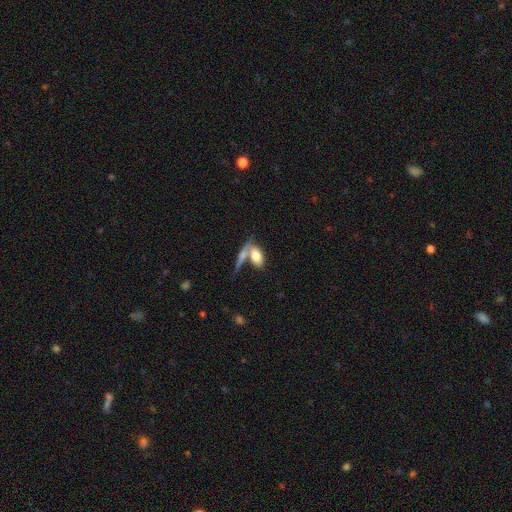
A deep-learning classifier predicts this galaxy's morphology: Overall: smooth (74%). How rounded: in between (88%). Merging: merger (44%; none 37%).